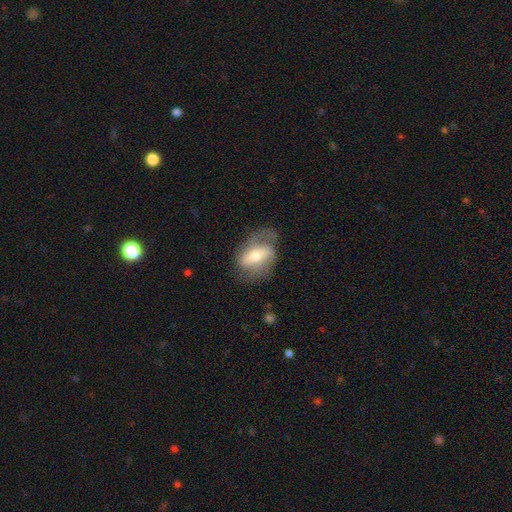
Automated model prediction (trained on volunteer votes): Q: Smooth or featured?
A: featured or disk (67%); runner-up: smooth (26%)
Q: Edge-on disk?
A: no (92%); runner-up: yes (8%)
Q: Bar?
A: strong (49%); runner-up: weak (32%)
Q: Spiral arms?
A: yes (80%); runner-up: no (20%)
Q: Bulge size?
A: moderate (60%); runner-up: small (31%)
Q: Merging?
A: none (60%); runner-up: minor disturbance (23%)